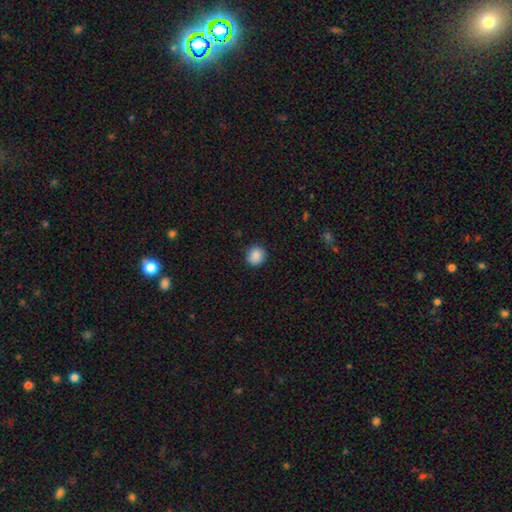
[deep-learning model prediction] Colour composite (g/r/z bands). It shows a smooth galaxy with no disk features (88%) that is round (90%). Merging: none (89%).